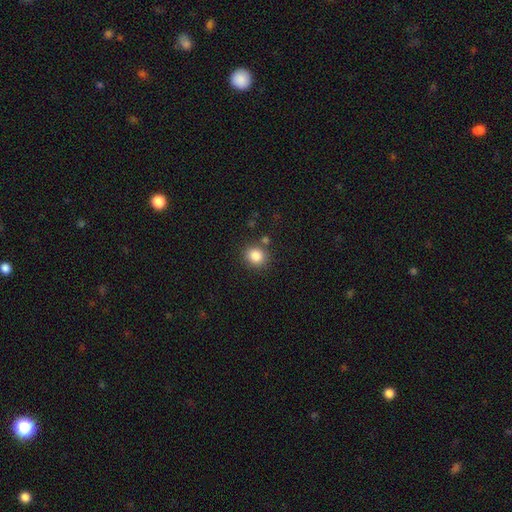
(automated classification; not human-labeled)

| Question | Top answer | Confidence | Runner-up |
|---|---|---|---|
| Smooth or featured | smooth | 85% | star or artifact (10%) |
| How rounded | round | 79% | in between (20%) |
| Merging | none | 81% | minor disturbance (10%) |